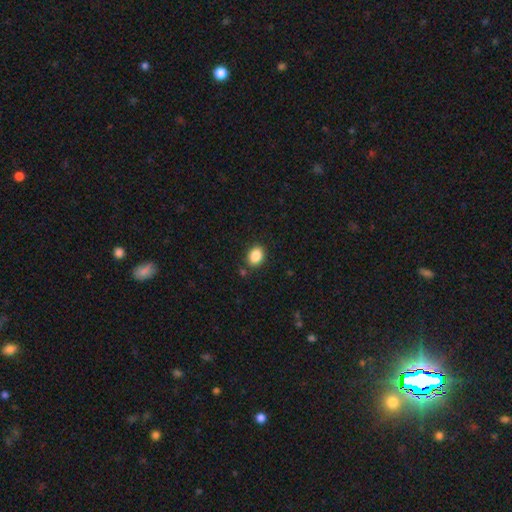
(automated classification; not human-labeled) Smooth or featured? smooth (87%)
How rounded? in between (67%)
Merging? none (86%)